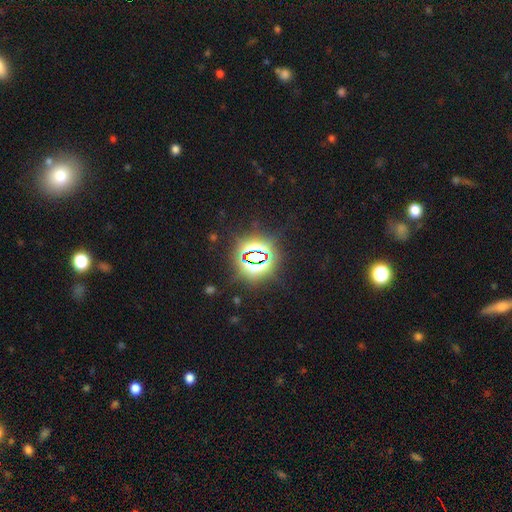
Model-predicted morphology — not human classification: smooth_or_featured: star or artifact (p=0.80) [alt: smooth p=0.12]